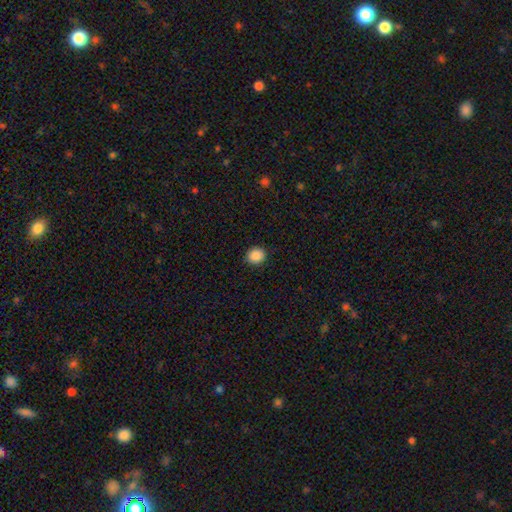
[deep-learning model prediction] The model was most divided on "how rounded": round: 78%, in between: 21%, cigar-shaped: 1%. More confident: merging — none (91%); smooth or featured — smooth (88%).